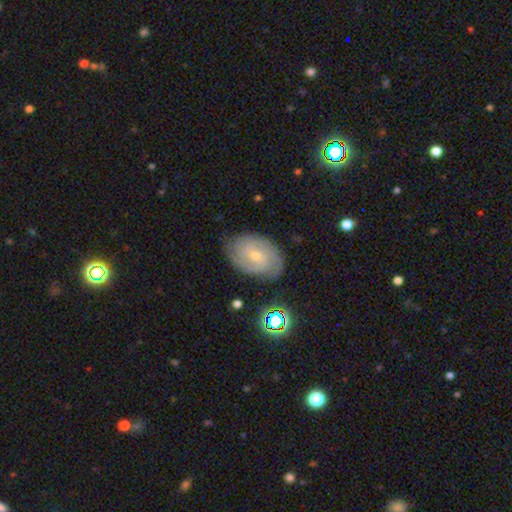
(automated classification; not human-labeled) Overall: featured or disk (75%). Edge-on disk: no (96%). Bar: no (59%; weak 34%). Spiral arms: yes (93%). Spiral arm count: 2 (38%; can't tell 31%). Spiral winding: tight (62%; medium 30%). Bulge size: small (71%). Merging: none (78%).